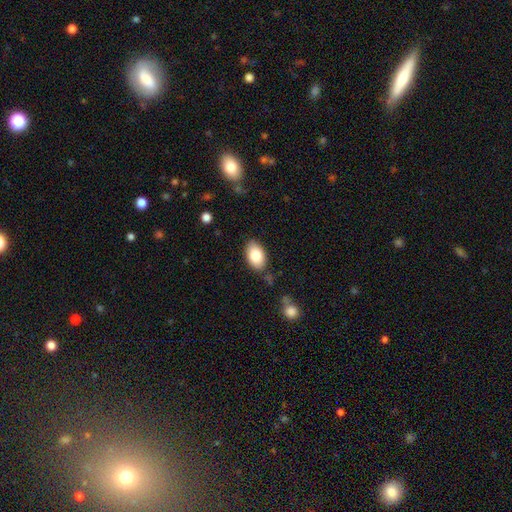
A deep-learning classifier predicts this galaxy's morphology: Overall: smooth (83%). How rounded: in between (92%). Merging: none (82%).